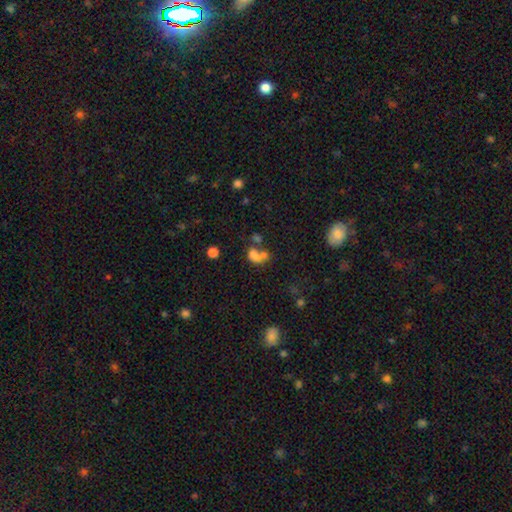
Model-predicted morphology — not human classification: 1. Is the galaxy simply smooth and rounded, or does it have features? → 63% smooth, 20% featured or disk, 17% star or artifact.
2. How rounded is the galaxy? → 66% in between, 32% round, 2% cigar-shaped.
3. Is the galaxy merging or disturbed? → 57% merger, 22% none, 11% major disturbance, 10% minor disturbance.